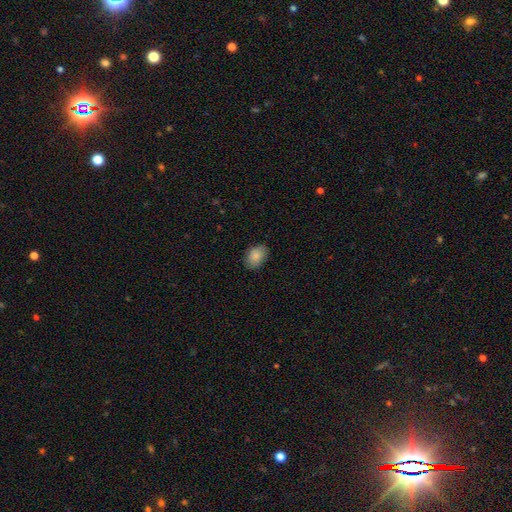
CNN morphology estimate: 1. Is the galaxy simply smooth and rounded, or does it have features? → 86% smooth, 7% star or artifact, 7% featured or disk.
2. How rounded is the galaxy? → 79% in between, 20% round, 1% cigar-shaped.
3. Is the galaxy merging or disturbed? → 82% none, 15% minor disturbance, 3% major disturbance, 1% merger.